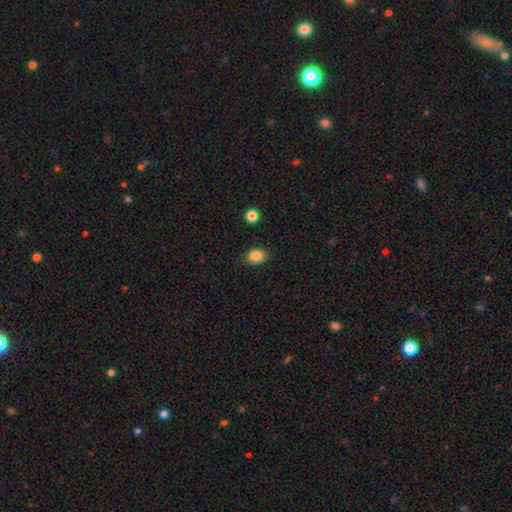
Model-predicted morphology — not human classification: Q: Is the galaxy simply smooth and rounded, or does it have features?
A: smooth — 87%.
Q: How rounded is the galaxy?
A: in between — 60%.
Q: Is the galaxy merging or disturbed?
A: none — 82%.